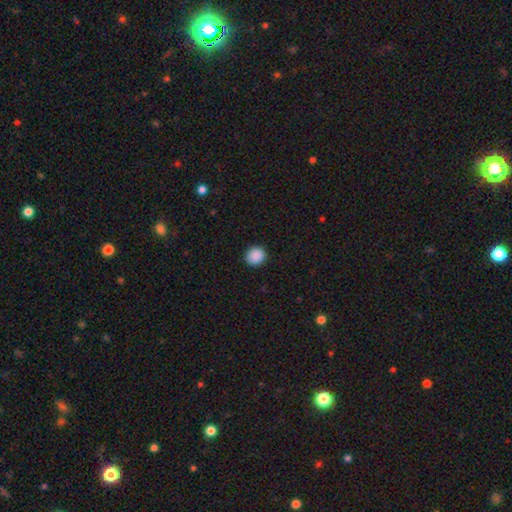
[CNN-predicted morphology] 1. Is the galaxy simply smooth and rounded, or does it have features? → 89% smooth, 8% star or artifact, 2% featured or disk.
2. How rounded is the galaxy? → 86% round, 13% in between, 1% cigar-shaped.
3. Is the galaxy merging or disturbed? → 92% none, 6% minor disturbance, 2% major disturbance, 1% merger.